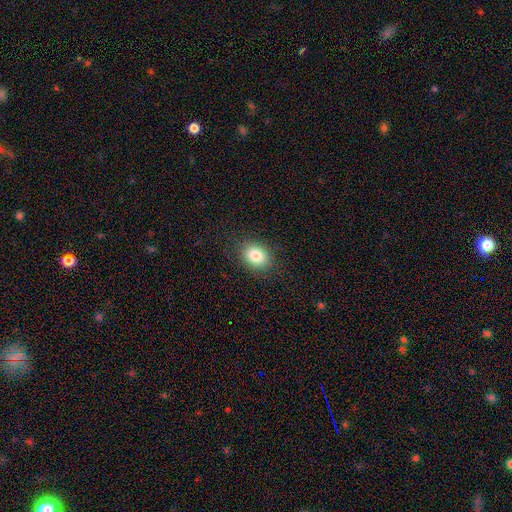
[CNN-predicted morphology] This is clearly a smooth galaxy (83%). How rounded: possibly in between (53%). Merging: clearly none (87%).